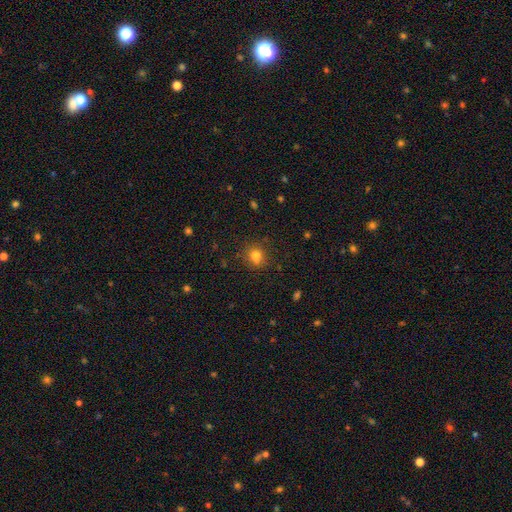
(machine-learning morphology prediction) A smooth galaxy with no disk features (77%) that is round (76%).

Vote fractions:
- Smooth or featured? smooth: 77% / star or artifact: 14% / featured or disk: 8%
- How rounded? round: 76% / in between: 23% / cigar-shaped: 1%
- Merging? none: 75% / minor disturbance: 15% / merger: 5% / major disturbance: 4%